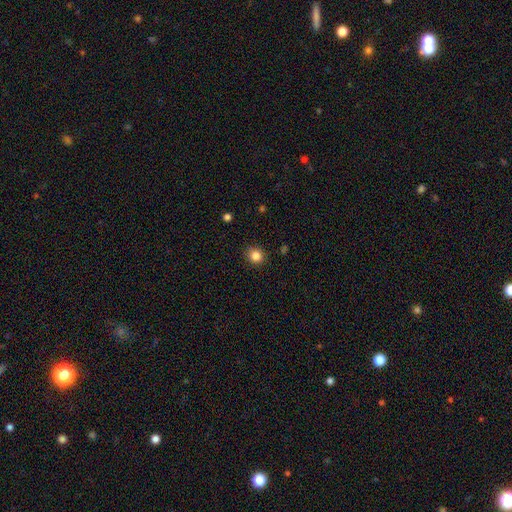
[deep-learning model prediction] smooth-or-featured: smooth: 85% | star or artifact: 11% | featured or disk: 4%
  how-rounded: round: 81% | in between: 18% | cigar-shaped: 1%
  merging: none: 89% | minor disturbance: 8% | major disturbance: 2% | merger: 1%